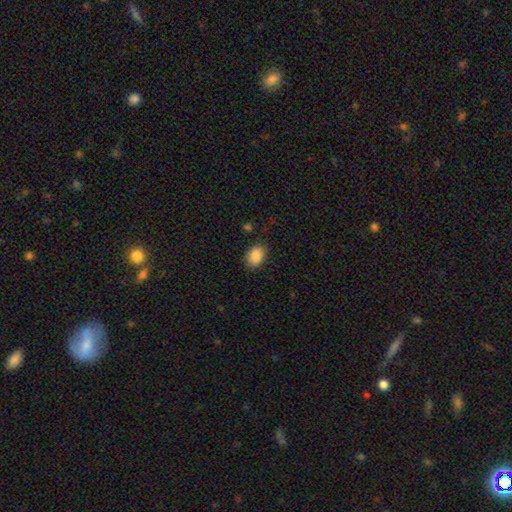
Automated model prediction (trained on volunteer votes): Smooth or featured? Predicted: smooth (p=0.89). How rounded? Predicted: in between (p=0.79). Merging? Predicted: none (p=0.84).